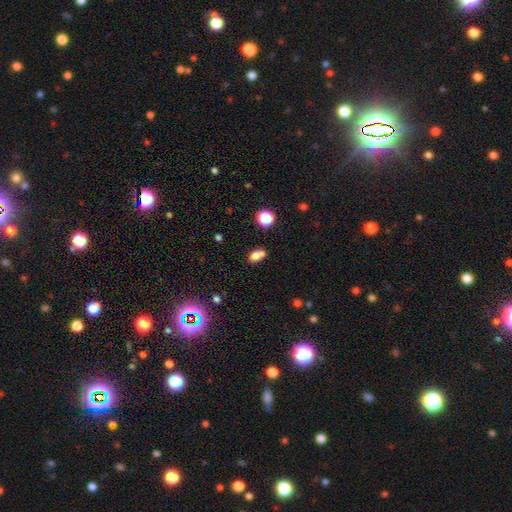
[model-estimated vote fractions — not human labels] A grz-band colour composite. It shows a smooth galaxy with no disk features (76%) that is in between round and cigar-shaped (71%). Merging: none (44%).